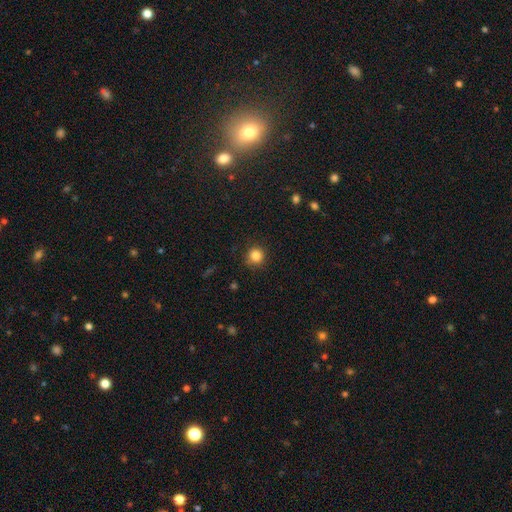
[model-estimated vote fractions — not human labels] smooth-or-featured: smooth: 85% | star or artifact: 11% | featured or disk: 4%
  how-rounded: round: 93% | in between: 6% | cigar-shaped: 1%
  merging: none: 87% | minor disturbance: 9% | major disturbance: 2% | merger: 1%